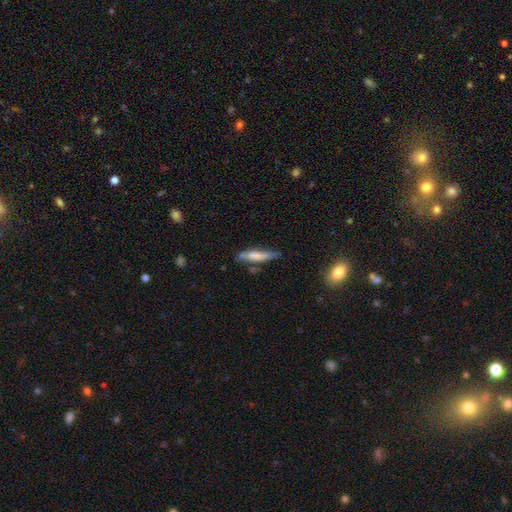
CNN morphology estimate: Smooth or featured? Predicted: smooth (p=0.69). How rounded? Predicted: cigar-shaped (p=0.82). Merging? Predicted: none (p=0.58).